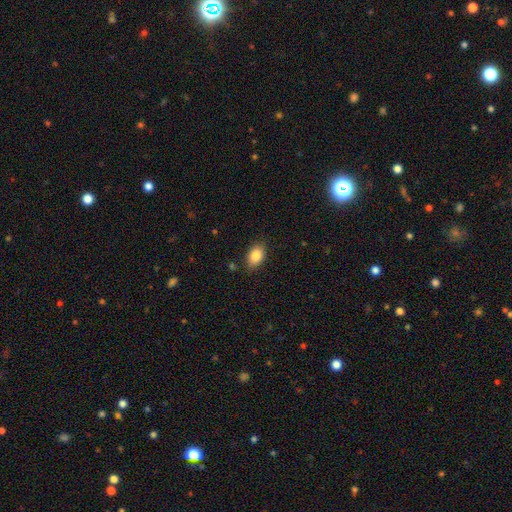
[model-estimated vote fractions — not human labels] smooth-or-featured: smooth: 86% | star or artifact: 8% | featured or disk: 6%
  how-rounded: in between: 85% | round: 14% | cigar-shaped: 1%
  merging: none: 83% | minor disturbance: 13% | major disturbance: 3% | merger: 1%